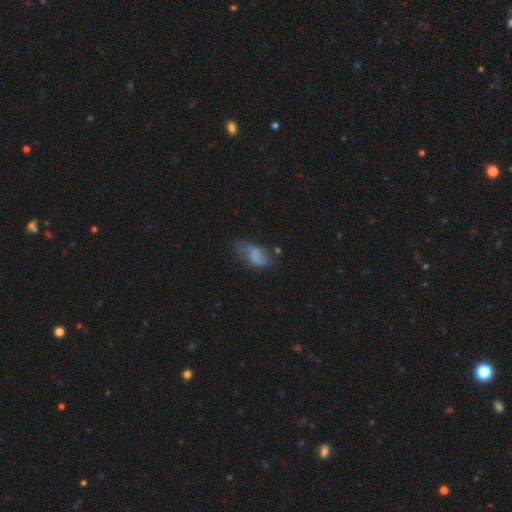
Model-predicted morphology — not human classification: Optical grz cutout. It shows a smooth galaxy with no disk features (62%) that is in between round and cigar-shaped (89%). Merging: none (36%).